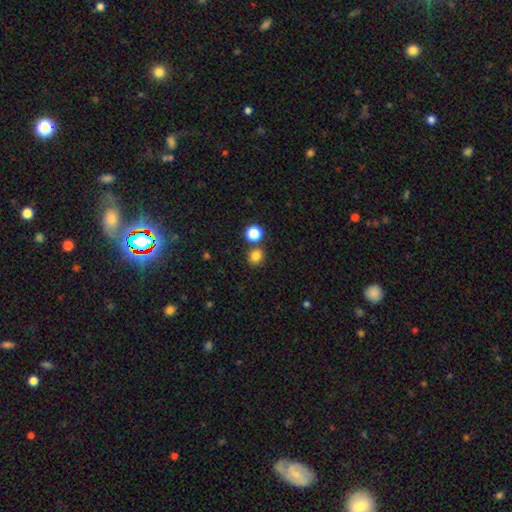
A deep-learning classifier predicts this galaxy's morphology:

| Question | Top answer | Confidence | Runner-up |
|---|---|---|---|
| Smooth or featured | smooth | 82% | star or artifact (14%) |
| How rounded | round | 84% | in between (16%) |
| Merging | none | 76% | merger (14%) |